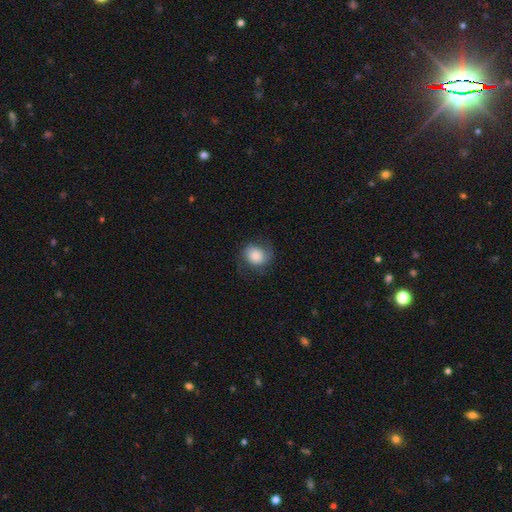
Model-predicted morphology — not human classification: Overall: smooth (64%; featured or disk 27%). How rounded: round (71%). Merging: none (68%).